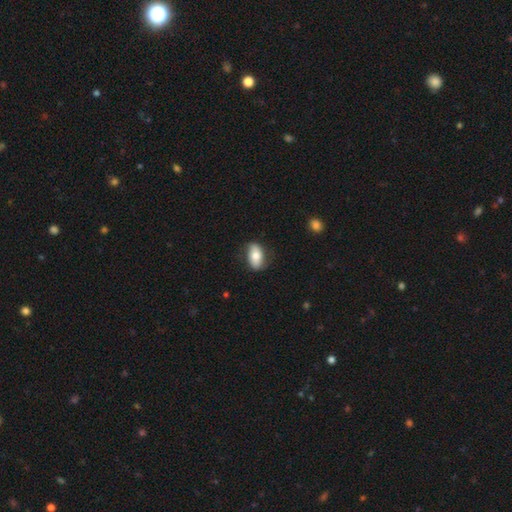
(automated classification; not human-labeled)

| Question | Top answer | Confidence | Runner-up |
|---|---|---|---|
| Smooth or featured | smooth | 70% | featured or disk (24%) |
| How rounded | in between | 91% | round (6%) |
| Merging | none | 76% | minor disturbance (18%) |